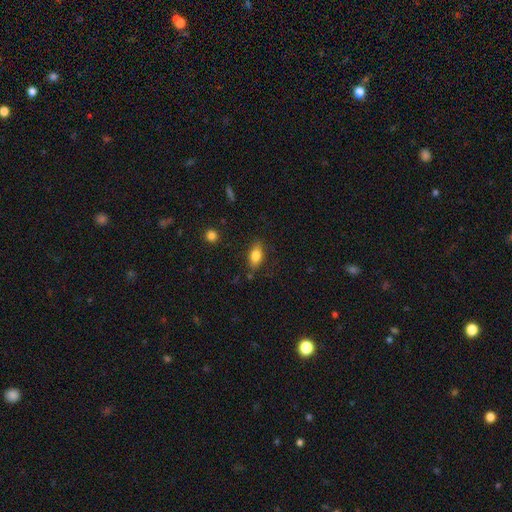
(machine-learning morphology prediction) smooth_or_featured: smooth (p=0.79) [alt: featured or disk p=0.13]
how_rounded: in between (p=0.85) [alt: cigar-shaped p=0.09]
merging: none (p=0.80) [alt: minor disturbance p=0.14]